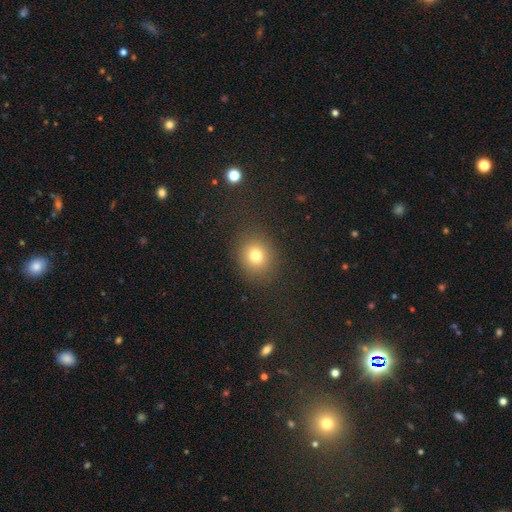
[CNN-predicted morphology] The model was most divided on "how rounded": round: 75%, in between: 25%, cigar-shaped: 1%. More confident: merging — none (85%); smooth or featured — smooth (77%).